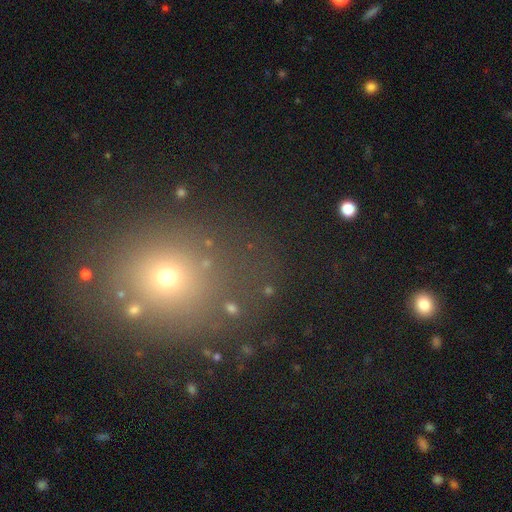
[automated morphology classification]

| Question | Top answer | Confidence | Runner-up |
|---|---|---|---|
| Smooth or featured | smooth | 58% | star or artifact (32%) |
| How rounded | round | 71% | in between (28%) |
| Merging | none | 81% | minor disturbance (10%) |